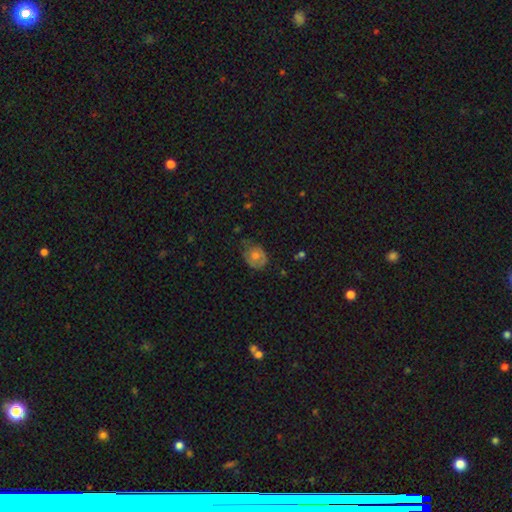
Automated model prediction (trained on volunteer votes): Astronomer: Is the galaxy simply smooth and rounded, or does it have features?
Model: smooth — 54% (runner-up: featured or disk, 37%).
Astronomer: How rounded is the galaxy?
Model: in between — 51% (runner-up: round, 47%).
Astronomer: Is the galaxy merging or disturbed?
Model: none — 53% (runner-up: minor disturbance, 33%).